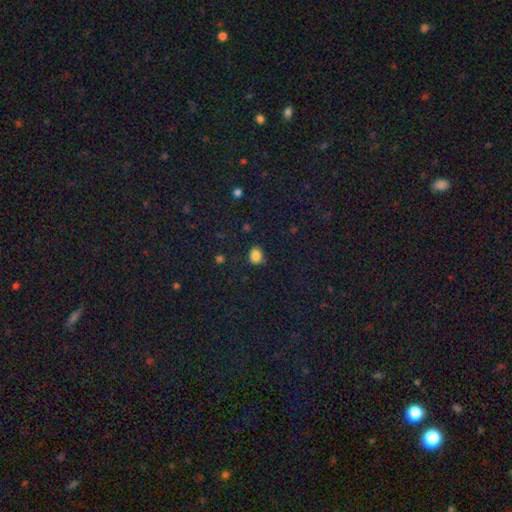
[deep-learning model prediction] Morphology: type=smooth (84%); roundness=round (54%); merging=none (79%).